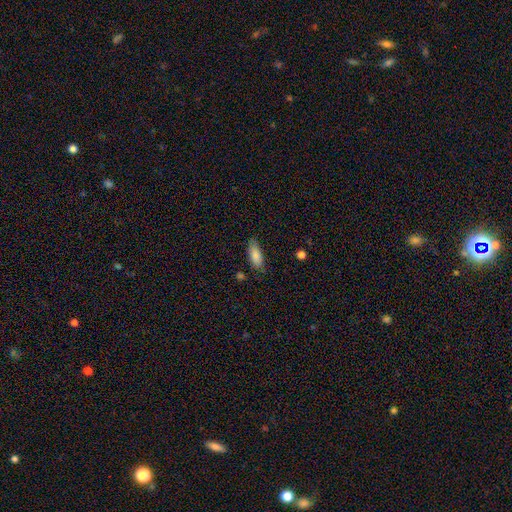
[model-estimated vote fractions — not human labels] This appears to be a smooth galaxy with no disk features (84%) that is in between round and cigar-shaped (77%). Merging: none (77%).